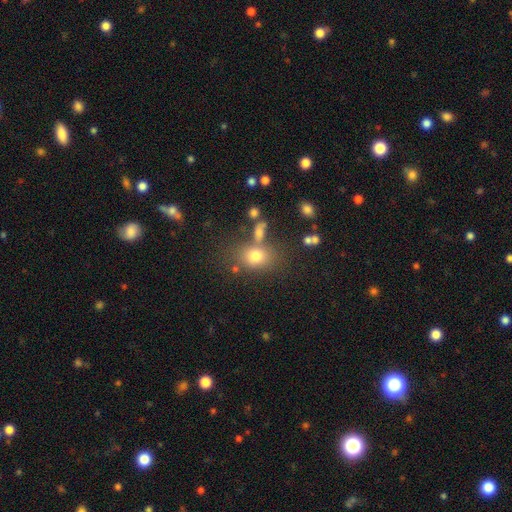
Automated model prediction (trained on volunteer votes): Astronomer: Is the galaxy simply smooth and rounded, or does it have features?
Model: smooth — 73%.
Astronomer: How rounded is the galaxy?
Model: in between — 57% (runner-up: round, 42%).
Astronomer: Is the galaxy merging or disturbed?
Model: none — 61%.